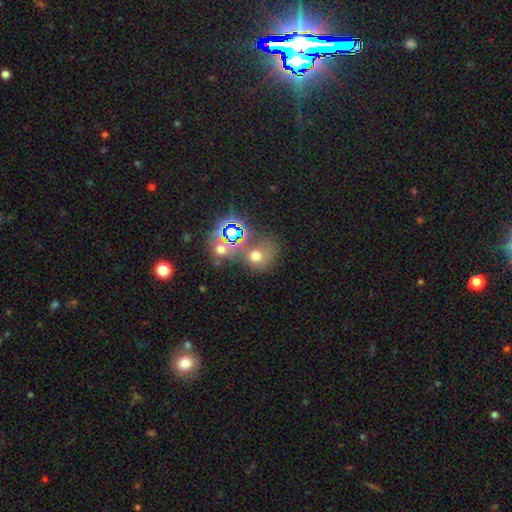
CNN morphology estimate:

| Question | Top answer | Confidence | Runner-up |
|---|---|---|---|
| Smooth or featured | smooth | 56% | star or artifact (32%) |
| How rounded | round | 71% | in between (28%) |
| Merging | none | 51% | merger (25%) |